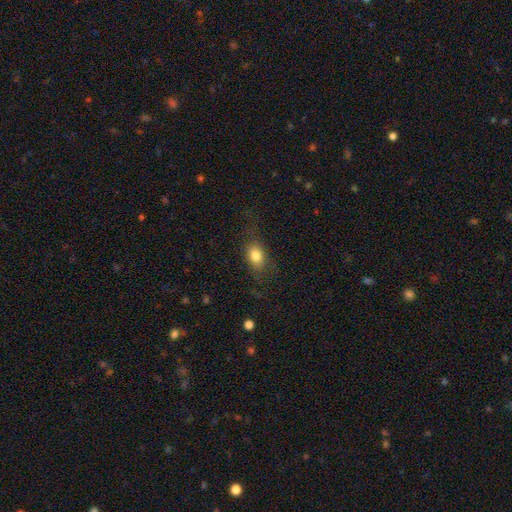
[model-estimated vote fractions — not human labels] smooth_or_featured: smooth (p=0.78) [alt: featured or disk p=0.12]
how_rounded: in between (p=0.74) [alt: round p=0.22]
merging: none (p=0.68) [alt: minor disturbance p=0.18]